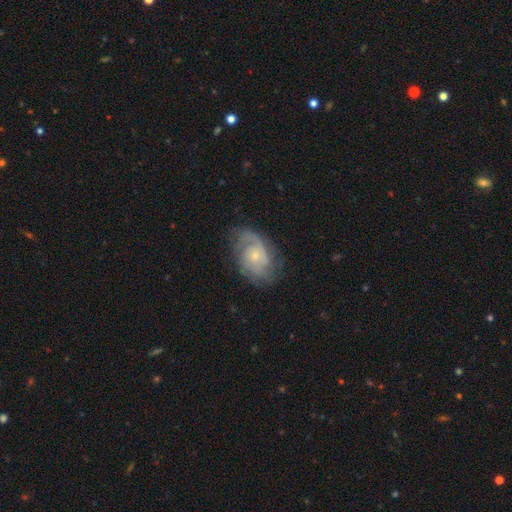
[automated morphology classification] featured or disk 82%, smooth 13%, star or artifact 6%. Down the decision tree: edge-on disk — no (97%); bar — no (73%); spiral arms — yes (94%); spiral arm count — 2 (48%); spiral winding — tight (49%); bulge size — small (68%); merging — none (70%).